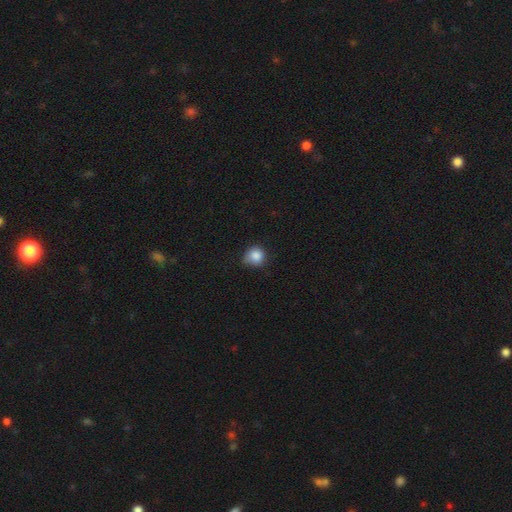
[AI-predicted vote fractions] The model was most divided on "merging": none: 63%, minor disturbance: 30%, major disturbance: 5%, merger: 2%. More confident: smooth or featured — smooth (86%); how rounded — round (85%).